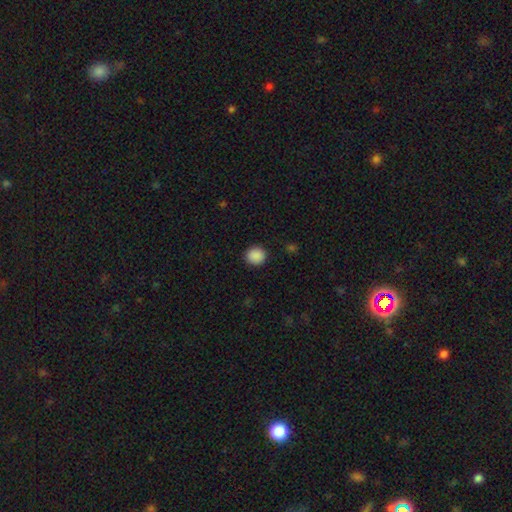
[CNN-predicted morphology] Smooth or featured? smooth (89%)
How rounded? round (87%)
Merging? none (91%)